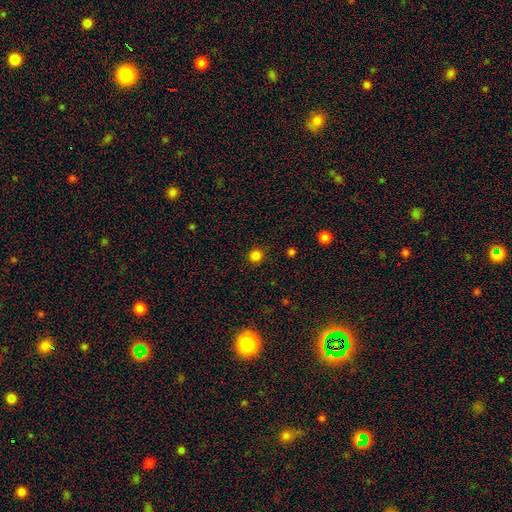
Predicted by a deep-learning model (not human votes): This appears to be a smooth galaxy with no disk features (82%) that is round (93%). Merging: none (88%).